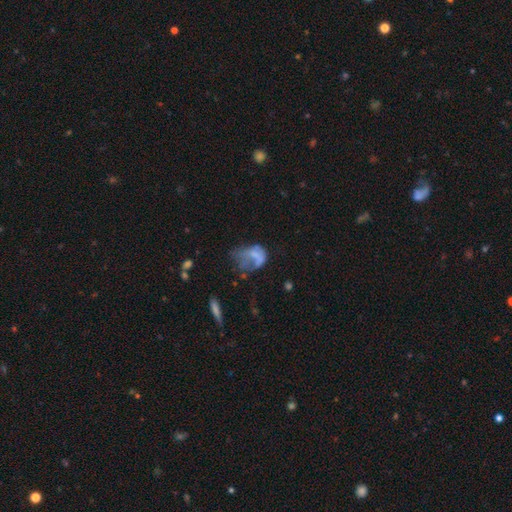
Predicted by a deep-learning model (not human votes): smooth 50%, featured or disk 38%, star or artifact 12%. Down the decision tree: how rounded — in between (67%); merging — major disturbance (49%).